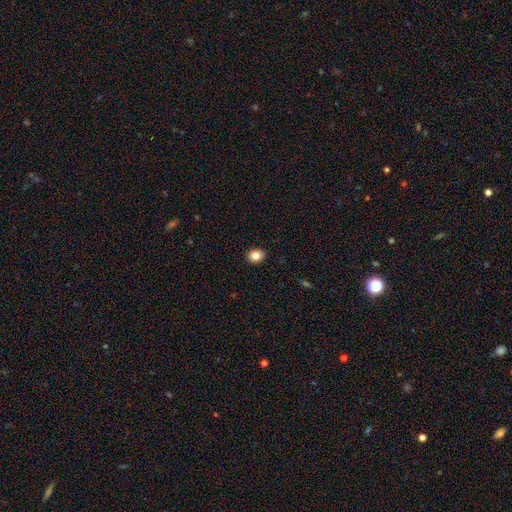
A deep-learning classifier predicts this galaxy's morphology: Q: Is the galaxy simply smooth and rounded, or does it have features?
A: smooth — 85%.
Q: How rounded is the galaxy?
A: in between — 51%.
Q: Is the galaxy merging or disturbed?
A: none — 91%.